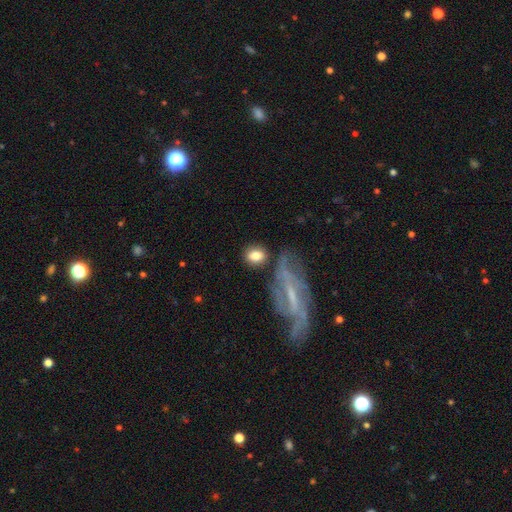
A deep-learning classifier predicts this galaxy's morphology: smooth-or-featured: smooth: 77% | featured or disk: 15% | star or artifact: 7%
  how-rounded: in between: 59% | round: 37% | cigar-shaped: 4%
  merging: none: 67% | minor disturbance: 14% | merger: 11% | major disturbance: 7%